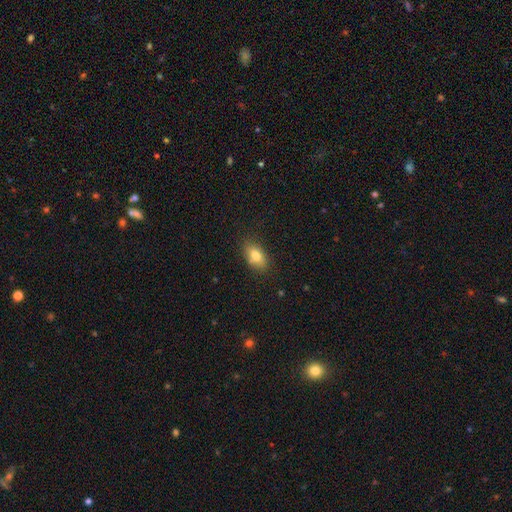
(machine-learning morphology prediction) Smooth or featured?
  - smooth: 79% *
  - featured or disk: 12%
  - star or artifact: 9%
How rounded?
  - in between: 86% *
  - round: 10%
  - cigar-shaped: 4%
Merging?
  - none: 83% *
  - minor disturbance: 13%
  - major disturbance: 3%
  - merger: 2%